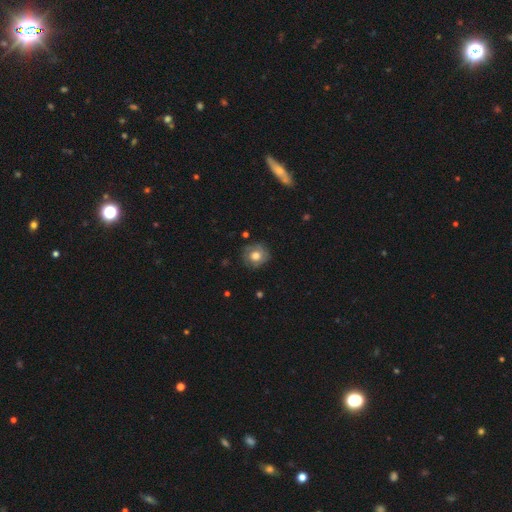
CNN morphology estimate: Smooth or featured? Predicted: smooth (p=0.64). How rounded? Predicted: round (p=0.87). Merging? Predicted: none (p=0.77).